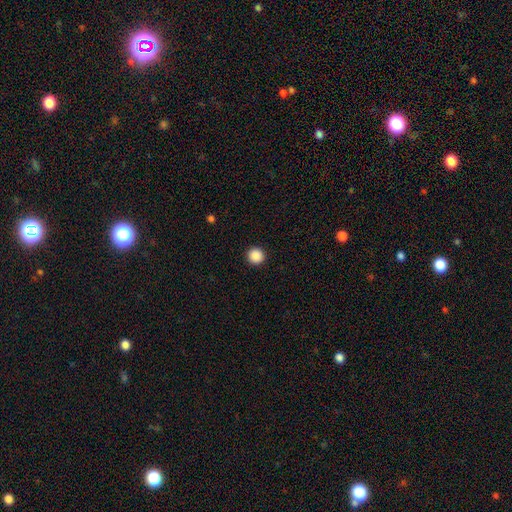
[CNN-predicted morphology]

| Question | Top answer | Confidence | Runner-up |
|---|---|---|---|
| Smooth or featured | smooth | 88% | star or artifact (9%) |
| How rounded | round | 96% | in between (3%) |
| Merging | none | 94% | minor disturbance (4%) |